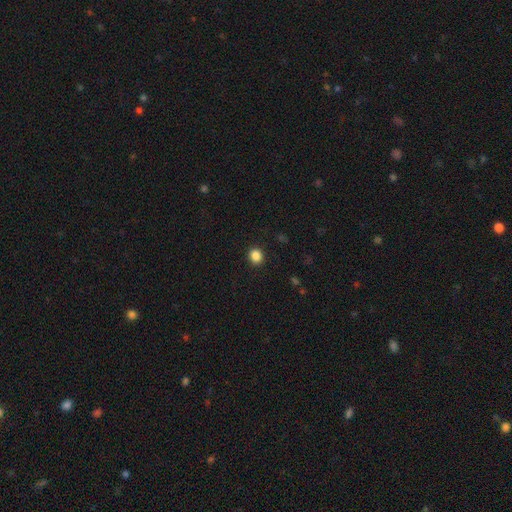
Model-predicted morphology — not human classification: Smooth or featured? smooth (86%)
How rounded? round (77%)
Merging? none (91%)